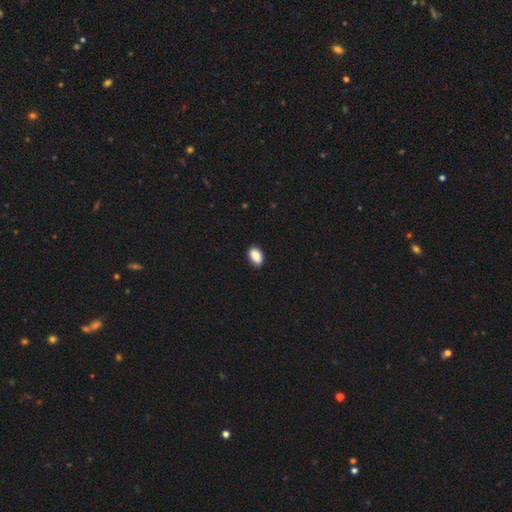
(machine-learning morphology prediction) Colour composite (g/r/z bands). It shows a smooth galaxy with no disk features (89%) that is in between round and cigar-shaped (88%). Merging: none (85%).